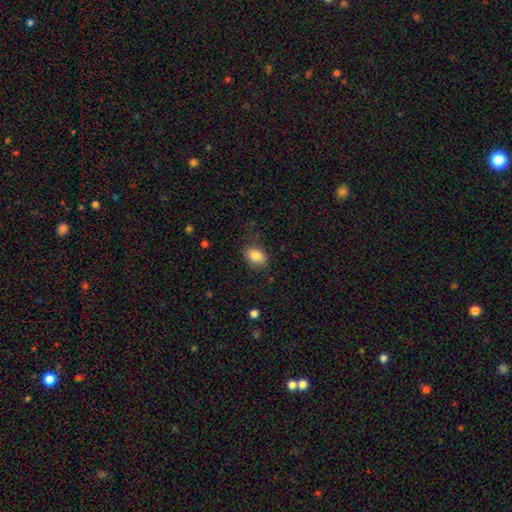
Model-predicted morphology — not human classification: The model was most divided on "how rounded": in between: 79%, round: 20%, cigar-shaped: 1%. More confident: smooth or featured — smooth (85%); merging — none (79%).